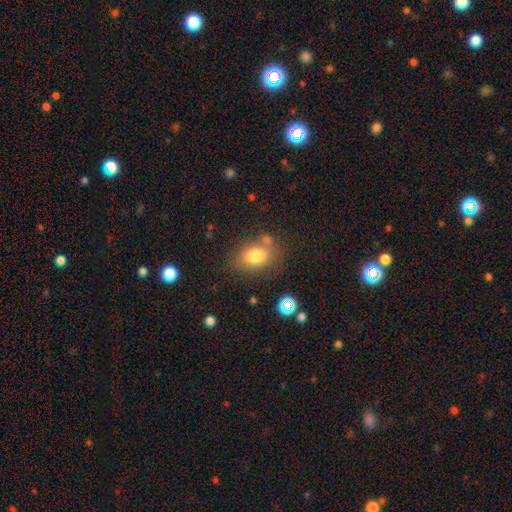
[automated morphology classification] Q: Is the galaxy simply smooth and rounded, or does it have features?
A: smooth — 79%.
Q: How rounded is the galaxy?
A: in between — 73%.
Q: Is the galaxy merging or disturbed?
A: none — 66%.